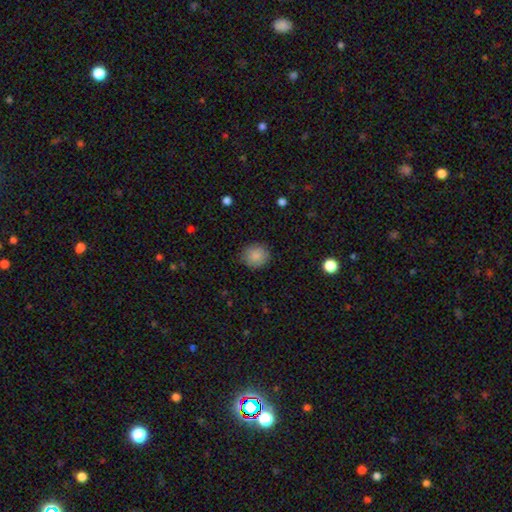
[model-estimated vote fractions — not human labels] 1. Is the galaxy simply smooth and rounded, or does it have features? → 86% smooth, 9% star or artifact, 5% featured or disk.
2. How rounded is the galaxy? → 85% round, 14% in between, 1% cigar-shaped.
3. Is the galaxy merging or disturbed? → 85% none, 11% minor disturbance, 3% major disturbance, 1% merger.